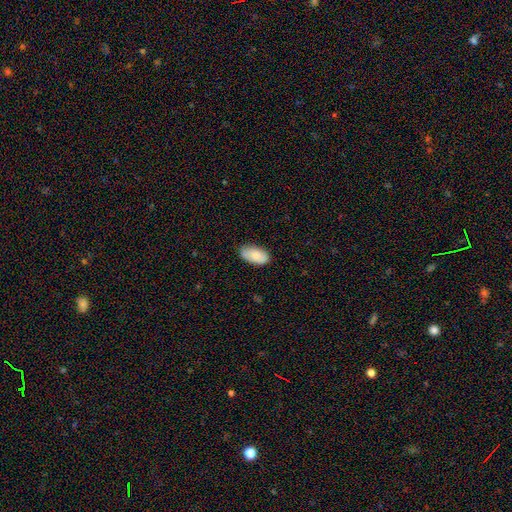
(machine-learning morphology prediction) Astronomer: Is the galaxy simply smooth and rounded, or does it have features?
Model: smooth — 82%.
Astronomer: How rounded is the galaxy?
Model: in between — 95%.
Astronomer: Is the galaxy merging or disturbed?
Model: none — 82%.